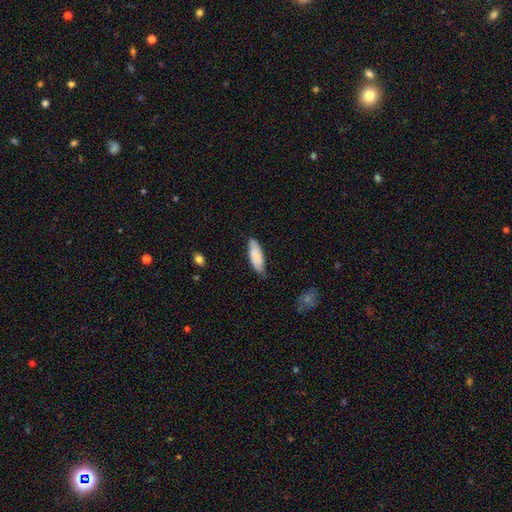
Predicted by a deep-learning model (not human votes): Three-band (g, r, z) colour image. It shows a smooth galaxy with no disk features (79%) that is in between round and cigar-shaped (60%). Merging: none (69%).